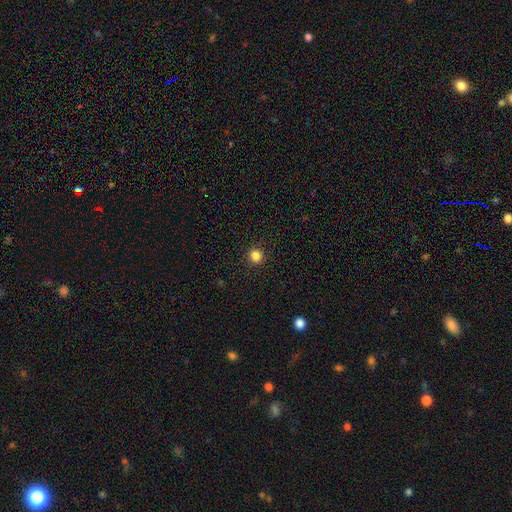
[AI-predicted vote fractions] This appears to be a smooth galaxy with no disk features (85%) that is round (92%). Merging: none (92%).